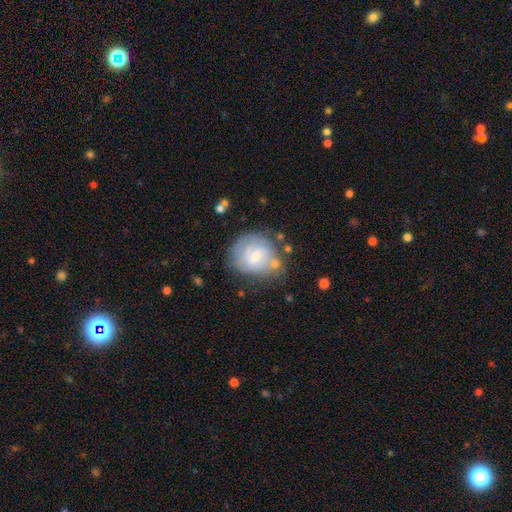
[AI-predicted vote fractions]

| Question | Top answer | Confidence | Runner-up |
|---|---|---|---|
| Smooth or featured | featured or disk | 53% | smooth (40%) |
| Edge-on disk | no | 97% | yes (3%) |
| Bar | weak | 47% | no (44%) |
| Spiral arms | yes | 66% | no (34%) |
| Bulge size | small | 58% | moderate (36%) |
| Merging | none | 56% | minor disturbance (23%) |